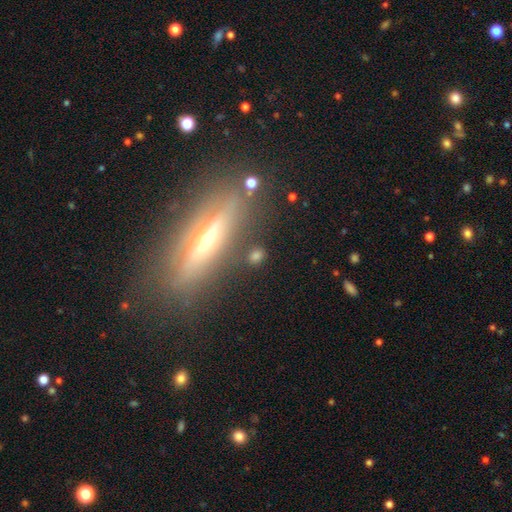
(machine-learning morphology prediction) Q: Smooth or featured?
A: smooth (59%); runner-up: featured or disk (26%)
Q: How rounded?
A: round (50%); runner-up: in between (36%)
Q: Merging?
A: none (80%); runner-up: minor disturbance (10%)